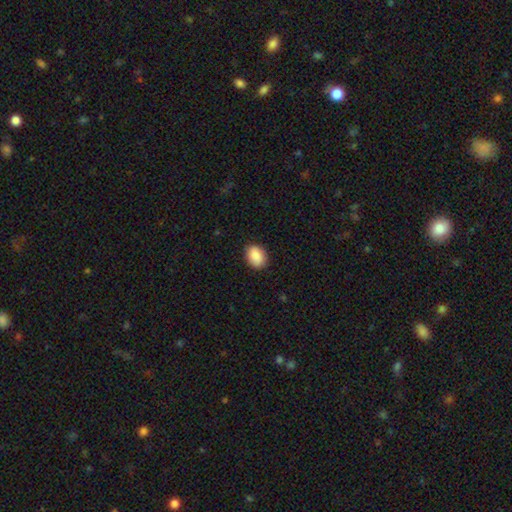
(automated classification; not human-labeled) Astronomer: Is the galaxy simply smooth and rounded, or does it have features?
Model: smooth — 88%.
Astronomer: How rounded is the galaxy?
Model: in between — 69%.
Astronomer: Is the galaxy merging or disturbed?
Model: none — 86%.